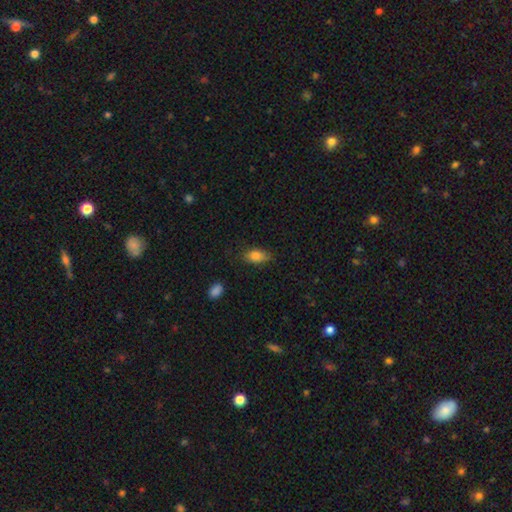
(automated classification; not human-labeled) Morphology: type=smooth (83%); roundness=in between (87%); merging=none (69%).